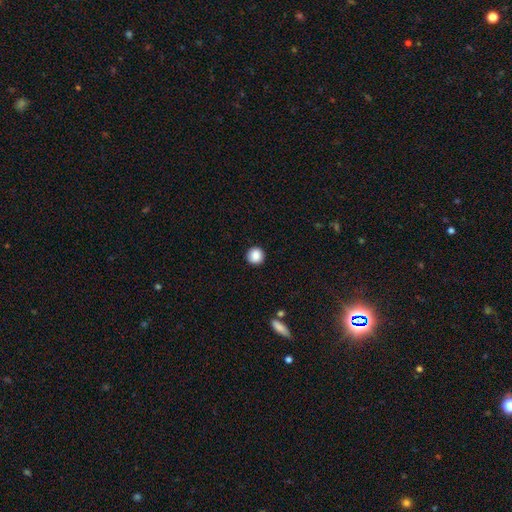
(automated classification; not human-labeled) smooth-or-featured: smooth: 88% | star or artifact: 9% | featured or disk: 4%
  how-rounded: round: 95% | in between: 4% | cigar-shaped: 1%
  merging: none: 91% | minor disturbance: 6% | major disturbance: 2% | merger: 1%